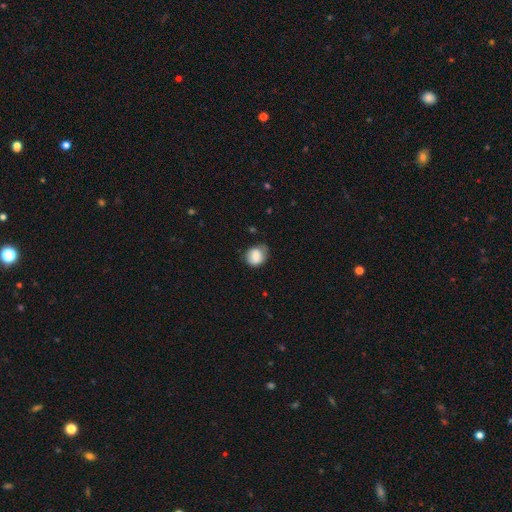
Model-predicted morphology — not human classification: A smooth galaxy with no disk features (79%) that is round (66%).

Vote fractions:
- Smooth or featured? smooth: 79% / featured or disk: 12% / star or artifact: 8%
- How rounded? round: 66% / in between: 33% / cigar-shaped: 1%
- Merging? none: 57% / minor disturbance: 33% / major disturbance: 8% / merger: 2%